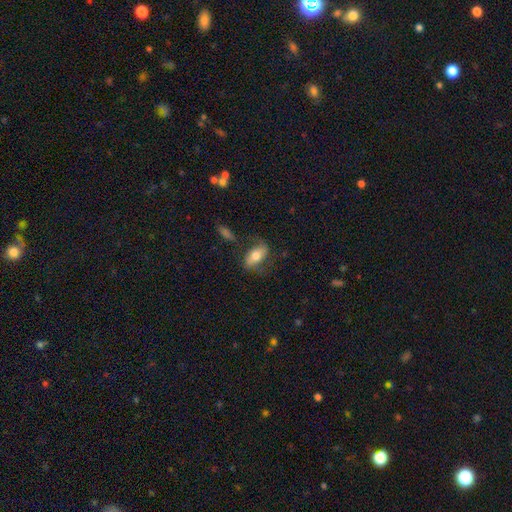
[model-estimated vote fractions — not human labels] Smooth or featured? Predicted: smooth (p=0.60). How rounded? Predicted: in between (p=0.84). Merging? Predicted: none (p=0.65).